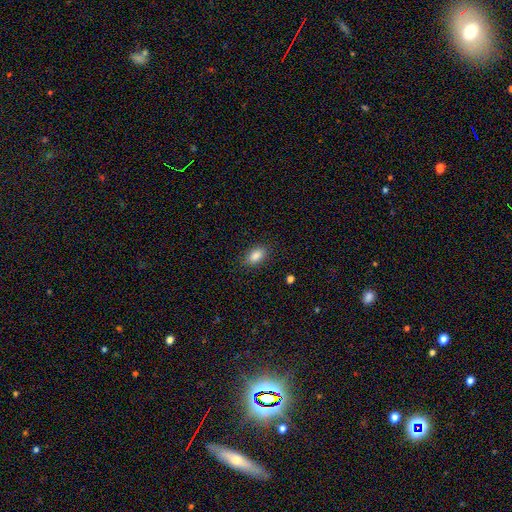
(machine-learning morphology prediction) smooth_or_featured: smooth (p=0.86) [alt: star or artifact p=0.08]
how_rounded: in between (p=0.88) [alt: round p=0.10]
merging: none (p=0.85) [alt: minor disturbance p=0.11]